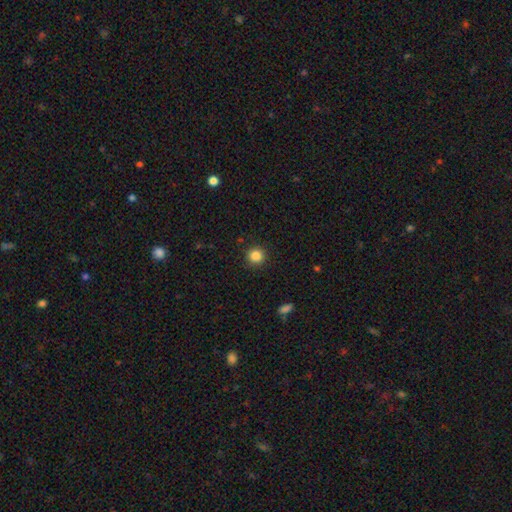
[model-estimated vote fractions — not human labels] smooth-or-featured: smooth: 85% | star or artifact: 11% | featured or disk: 4%
  how-rounded: round: 94% | in between: 5% | cigar-shaped: 1%
  merging: none: 91% | minor disturbance: 6% | major disturbance: 2% | merger: 1%